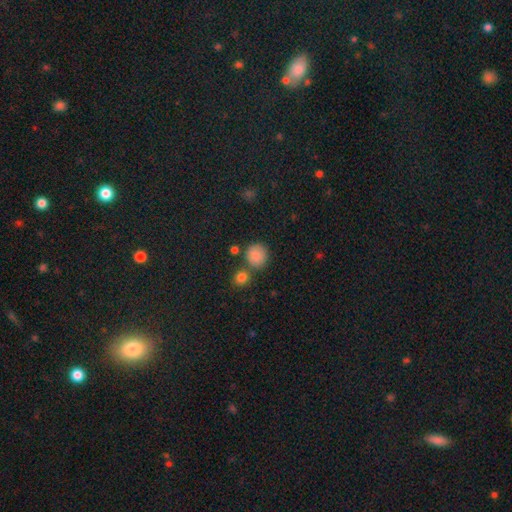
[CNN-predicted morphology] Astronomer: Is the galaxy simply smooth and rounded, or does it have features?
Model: smooth — 85%.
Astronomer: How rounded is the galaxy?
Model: round — 88%.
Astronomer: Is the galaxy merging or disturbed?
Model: none — 73%.